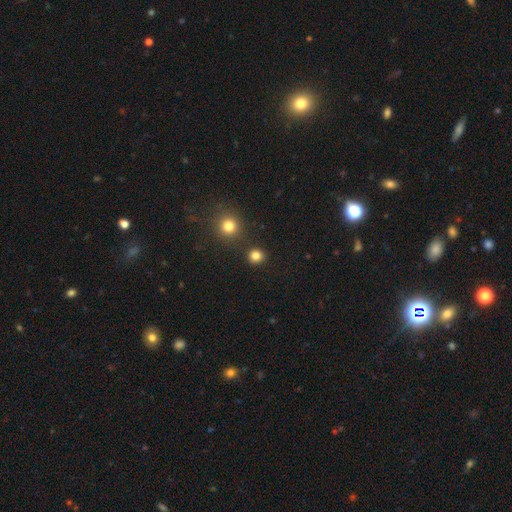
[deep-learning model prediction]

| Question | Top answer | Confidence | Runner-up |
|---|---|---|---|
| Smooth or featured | smooth | 81% | star or artifact (14%) |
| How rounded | round | 87% | in between (12%) |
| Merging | none | 87% | minor disturbance (6%) |